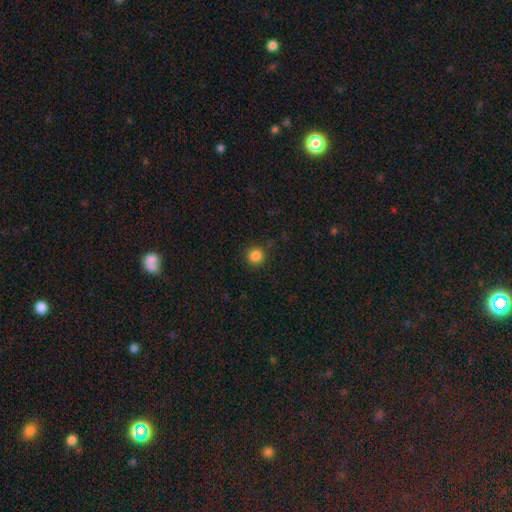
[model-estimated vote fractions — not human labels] smooth-or-featured: smooth: 84% | star or artifact: 12% | featured or disk: 4%
  how-rounded: round: 94% | in between: 5% | cigar-shaped: 1%
  merging: none: 88% | minor disturbance: 8% | major disturbance: 2% | merger: 1%